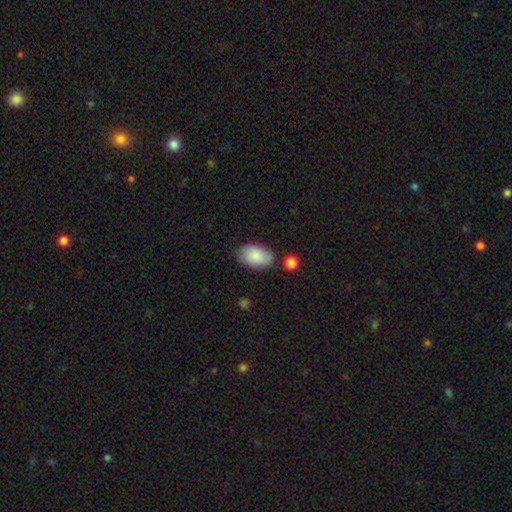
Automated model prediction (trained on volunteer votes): smooth_or_featured: smooth (p=0.86) [alt: featured or disk p=0.08]
how_rounded: in between (p=0.93) [alt: round p=0.06]
merging: none (p=0.76) [alt: minor disturbance p=0.16]